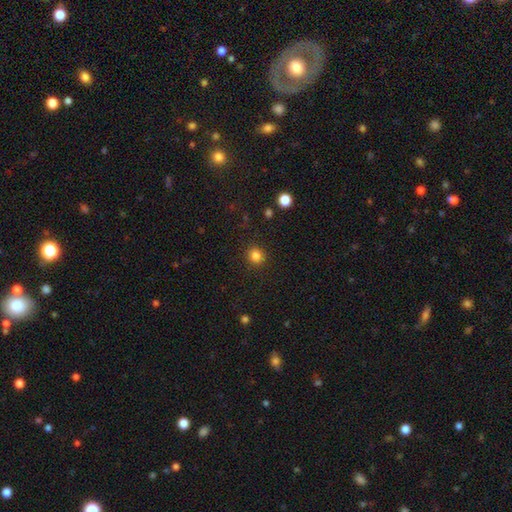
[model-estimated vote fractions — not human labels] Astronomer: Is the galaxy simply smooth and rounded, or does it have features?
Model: smooth — 83%.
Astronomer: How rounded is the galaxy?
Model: round — 87%.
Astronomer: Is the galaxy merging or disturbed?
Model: none — 90%.